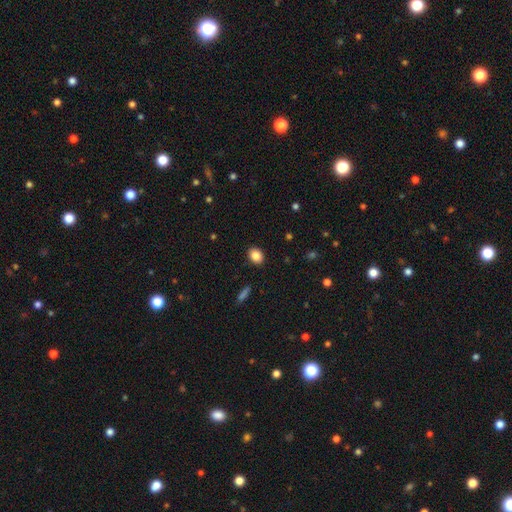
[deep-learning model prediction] Smooth or featured: smooth — 86% (star or artifact — 9%)
How rounded: in between — 55% (round — 44%)
Merging: none — 90% (minor disturbance — 7%)